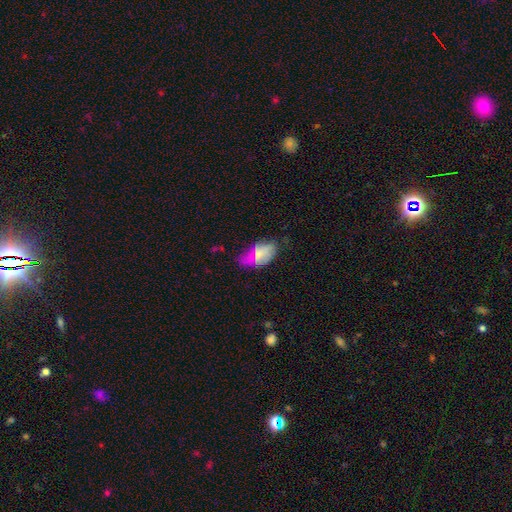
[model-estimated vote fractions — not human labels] Smooth or featured?
  - smooth: 65% *
  - featured or disk: 21%
  - star or artifact: 14%
How rounded?
  - in between: 93% *
  - round: 4%
  - cigar-shaped: 4%
Merging?
  - none: 58% *
  - minor disturbance: 29%
  - major disturbance: 10%
  - merger: 3%